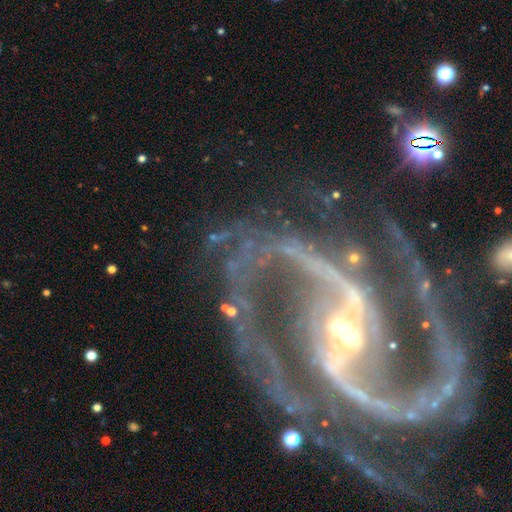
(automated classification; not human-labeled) Overall: featured or disk (94%). Edge-on disk: no (98%). Bar: strong (64%; weak 25%). Spiral arms: yes (99%). Spiral arm count: 2 (92%). Spiral winding: medium (63%). Bulge size: moderate (49%; small 43%). Merging: none (71%).